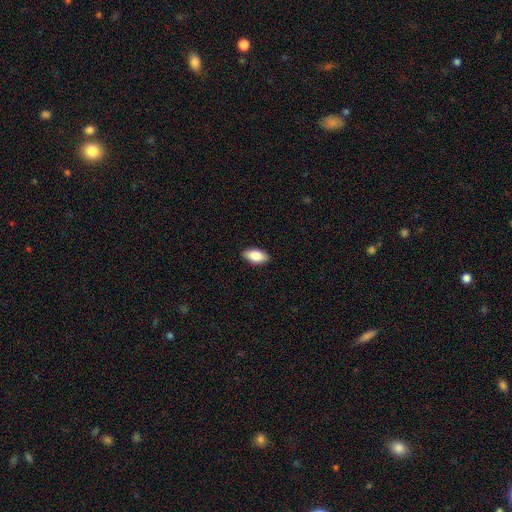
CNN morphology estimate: The model was most divided on "smooth or featured": smooth: 84%, featured or disk: 10%, star or artifact: 6%. More confident: how rounded — in between (92%); merging — none (89%).